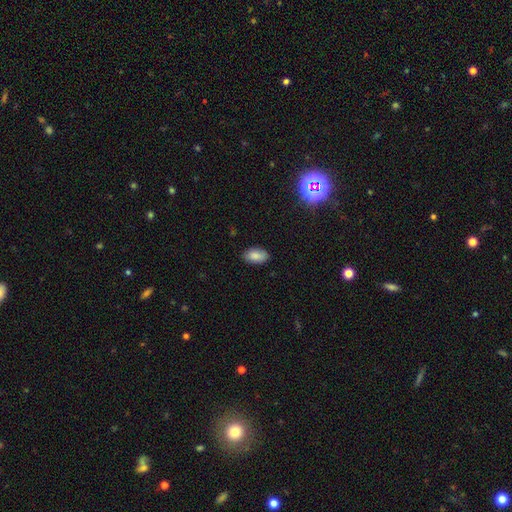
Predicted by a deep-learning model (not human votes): Smooth or featured? smooth (85%)
How rounded? in between (94%)
Merging? none (86%)